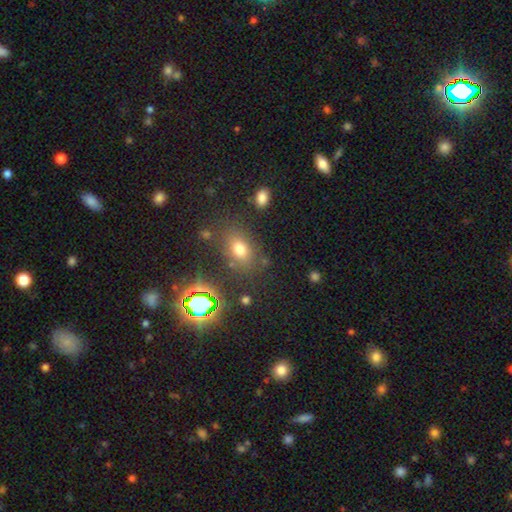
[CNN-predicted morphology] Smooth or featured: smooth — 53% (star or artifact — 36%)
How rounded: in between — 55% (round — 43%)
Merging: none — 82% (minor disturbance — 10%)